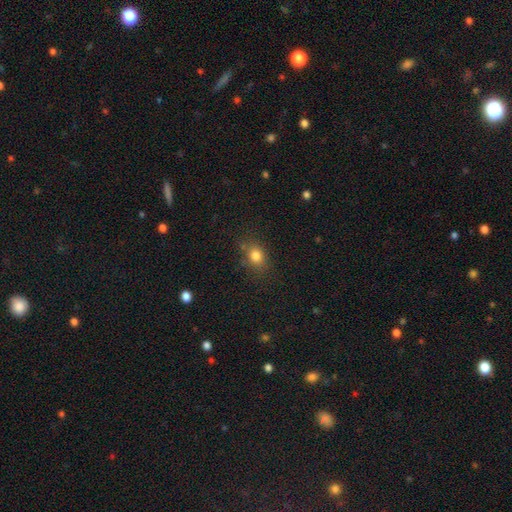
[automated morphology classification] Smooth or featured: smooth — 80% (star or artifact — 13%)
How rounded: in between — 49% (tied with round — 49%)
Merging: none — 75% (minor disturbance — 16%)